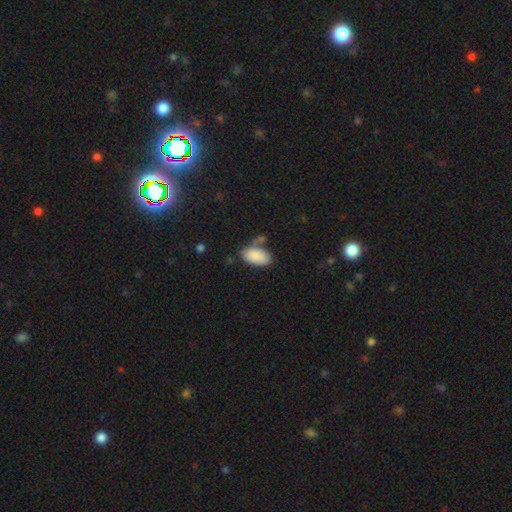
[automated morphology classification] Smooth or featured? Predicted: smooth (p=0.87). How rounded? Predicted: in between (p=0.95). Merging? Predicted: none (p=0.56).